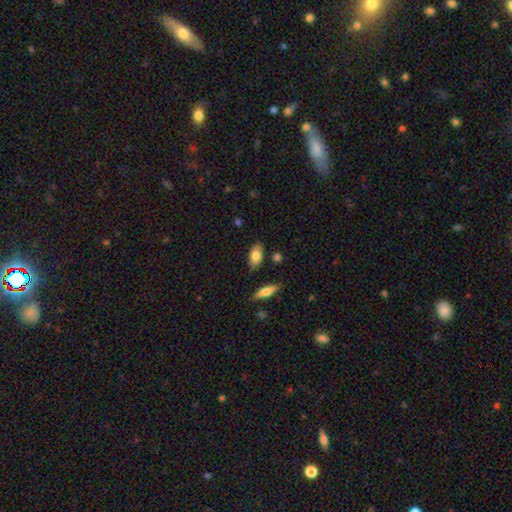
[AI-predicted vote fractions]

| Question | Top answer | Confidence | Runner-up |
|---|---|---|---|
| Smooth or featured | smooth | 78% | featured or disk (15%) |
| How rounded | in between | 88% | cigar-shaped (8%) |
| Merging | none | 80% | minor disturbance (14%) |